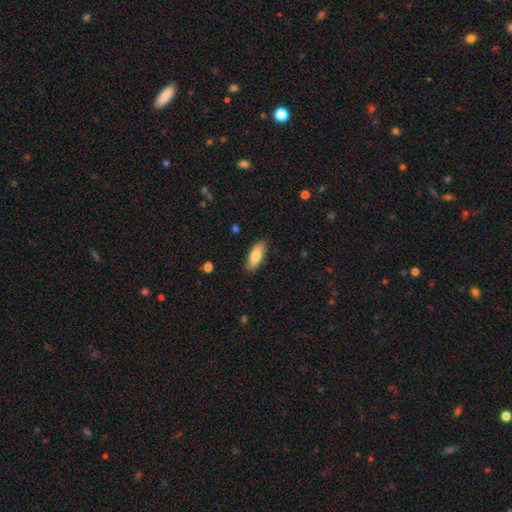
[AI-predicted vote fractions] This appears to be a smooth galaxy with no disk features (81%) that is in between round and cigar-shaped (72%). Merging: none (86%).